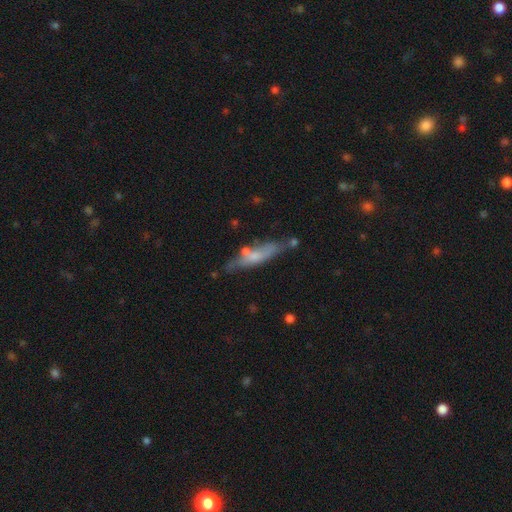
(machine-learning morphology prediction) smooth_or_featured: smooth (p=0.51) [alt: featured or disk p=0.42]
how_rounded: cigar-shaped (p=0.79) [alt: in between p=0.19]
merging: none (p=0.63) [alt: minor disturbance p=0.21]